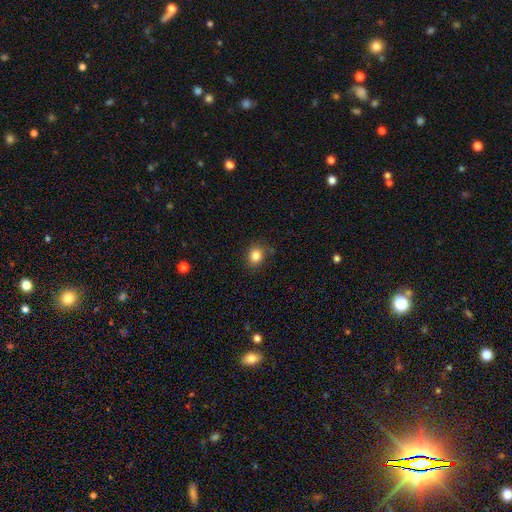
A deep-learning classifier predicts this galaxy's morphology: This appears to be a smooth galaxy with no disk features (84%) that is round (63%). Merging: none (82%).